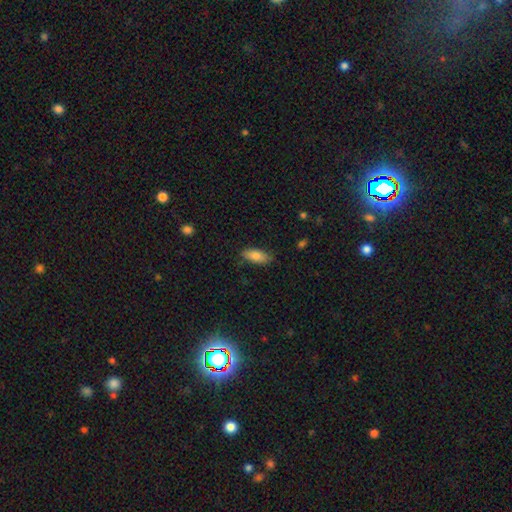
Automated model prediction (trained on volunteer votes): Morphology: type=smooth (83%); roundness=in between (80%); merging=none (81%).